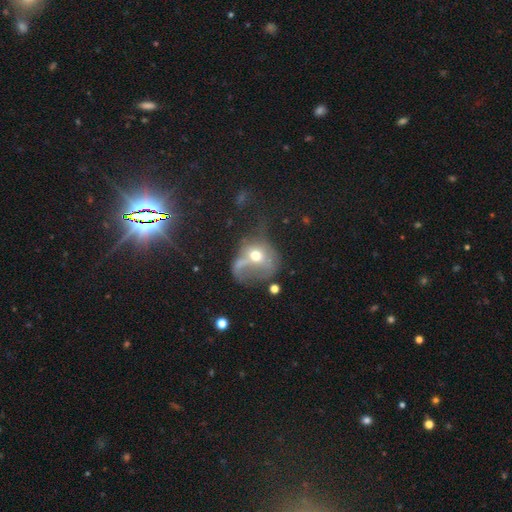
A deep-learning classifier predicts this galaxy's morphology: This is possibly a smooth galaxy (48%). Merging: possibly major disturbance (49%).